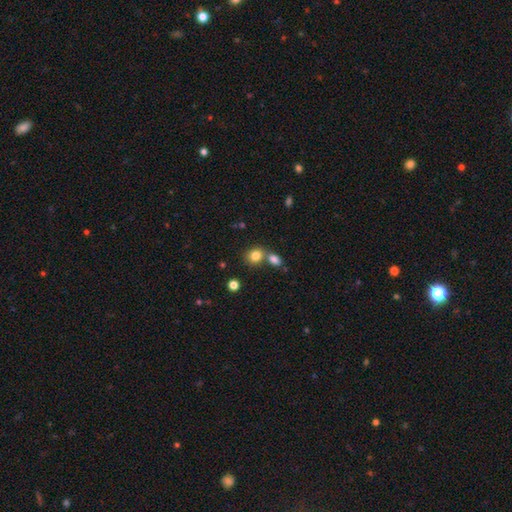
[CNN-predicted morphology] Smooth or featured? smooth (82%)
How rounded? round (66%)
Merging? none (53%)